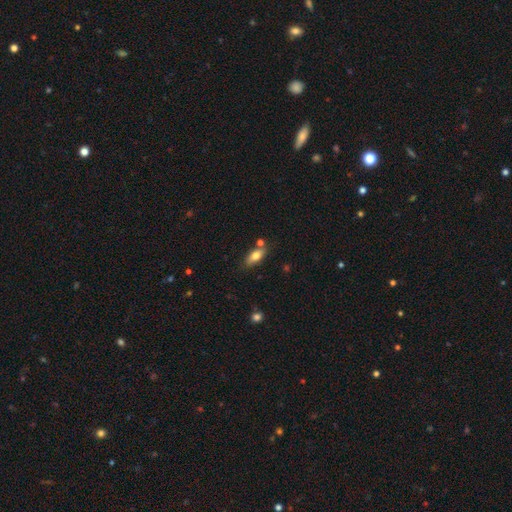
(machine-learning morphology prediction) Smooth or featured? Predicted: smooth (p=0.74). How rounded? Predicted: in between (p=0.81). Merging? Predicted: none (p=0.71).